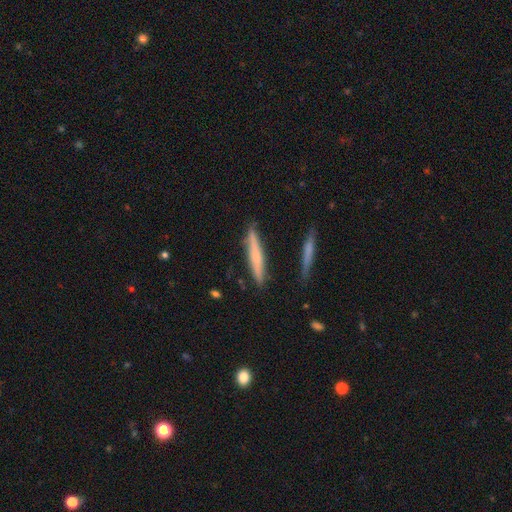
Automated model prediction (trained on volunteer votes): A smooth galaxy with no disk features (54%) that is cigar-shaped (94%).

Vote fractions:
- Smooth or featured? smooth: 54% / featured or disk: 39% / star or artifact: 6%
- How rounded? cigar-shaped: 94% / in between: 5% / round: 2%
- Merging? none: 85% / minor disturbance: 10% / merger: 3% / major disturbance: 2%